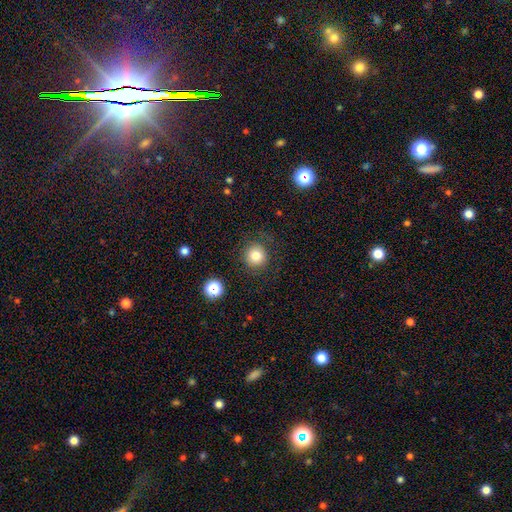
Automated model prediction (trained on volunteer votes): A smooth galaxy with no disk features (80%) that is round (93%). Merging: none (84%).